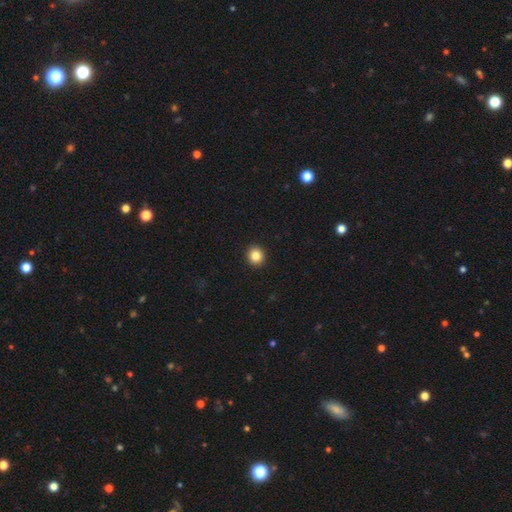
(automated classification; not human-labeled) smooth_or_featured: smooth (p=0.84) [alt: star or artifact p=0.11]
how_rounded: round (p=0.90) [alt: in between p=0.09]
merging: none (p=0.94) [alt: minor disturbance p=0.04]